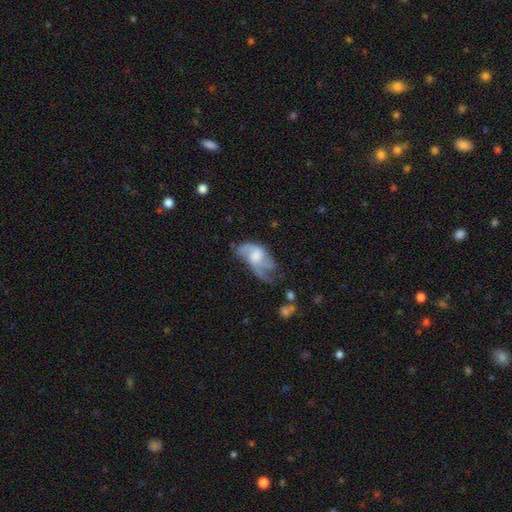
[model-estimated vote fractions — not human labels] A featured or disk galaxy (57%) with no bar (59%), spiral arms (73%) and a moderate central bulge (44%).

Vote fractions:
- Smooth or featured? featured or disk: 57% / smooth: 35% / star or artifact: 8%
- Edge-on disk? no: 95% / yes: 5%
- Bar? no: 59% / weak: 35% / strong: 6%
- Spiral arms? yes: 73% / no: 27%
- Bulge size? moderate: 44% / large: 22% / small: 17% / none: 14% / dominant: 2%
- Merging? major disturbance: 40% / none: 29% / minor disturbance: 27% / merger: 5%